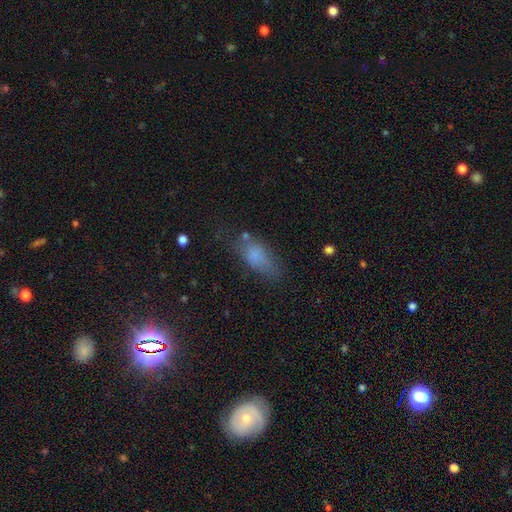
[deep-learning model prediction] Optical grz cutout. It shows a smooth galaxy with no disk features (74%) that is in between round and cigar-shaped (80%). Merging: none (52%).